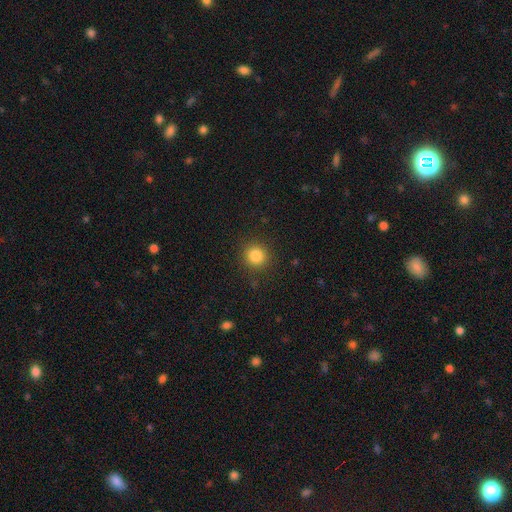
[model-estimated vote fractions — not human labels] Q: Smooth or featured?
A: smooth (85%); runner-up: star or artifact (11%)
Q: How rounded?
A: round (91%); runner-up: in between (8%)
Q: Merging?
A: none (89%); runner-up: minor disturbance (7%)